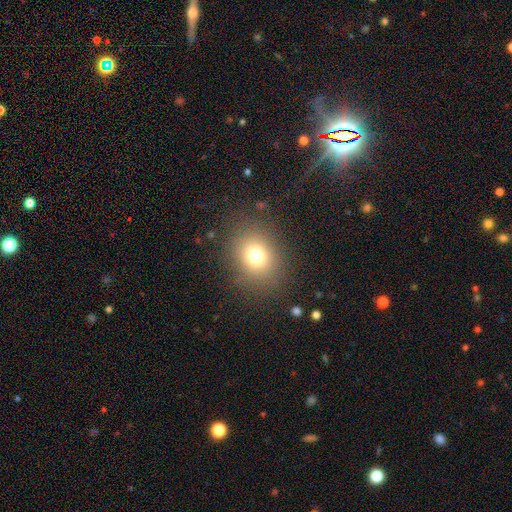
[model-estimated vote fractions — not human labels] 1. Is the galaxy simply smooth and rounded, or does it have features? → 73% smooth, 17% star or artifact, 10% featured or disk.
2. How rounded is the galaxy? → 64% round, 35% in between, 1% cigar-shaped.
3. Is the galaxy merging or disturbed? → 84% none, 9% minor disturbance, 5% major disturbance, 1% merger.